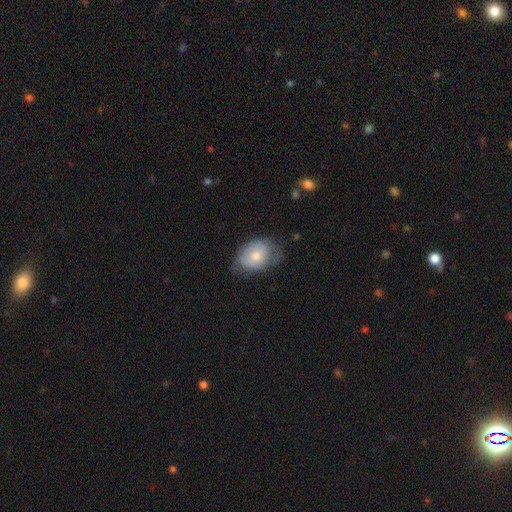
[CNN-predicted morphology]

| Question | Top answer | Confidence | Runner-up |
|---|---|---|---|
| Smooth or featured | smooth | 68% | featured or disk (26%) |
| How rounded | in between | 79% | round (20%) |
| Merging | none | 55% | minor disturbance (33%) |